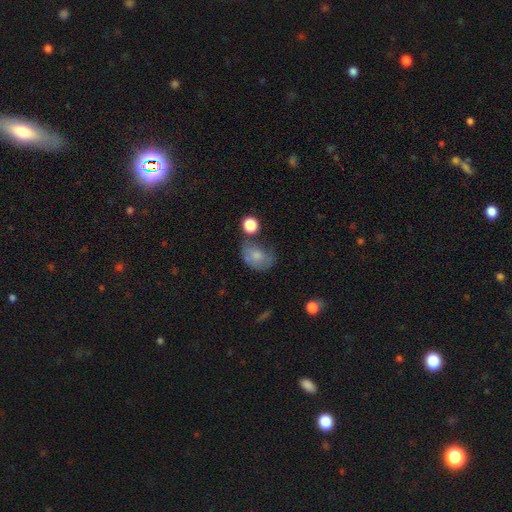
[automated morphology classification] A smooth galaxy with no disk features (68%) that is in between round and cigar-shaped (64%). Merging: none (32%).